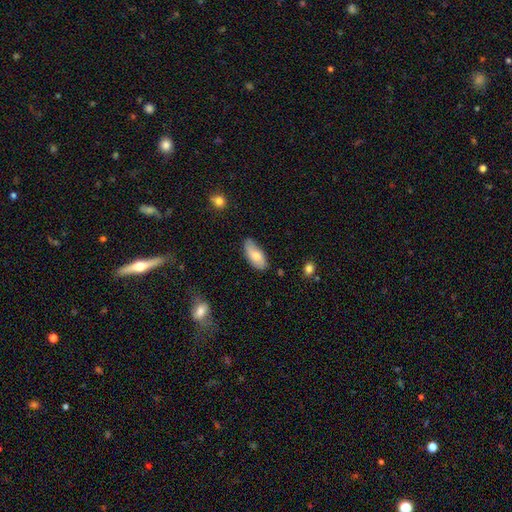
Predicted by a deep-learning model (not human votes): Overall: smooth (73%). How rounded: in between (88%). Merging: none (71%).